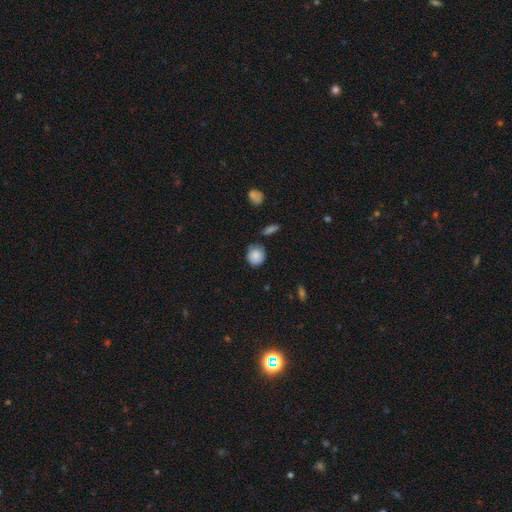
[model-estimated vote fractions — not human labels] smooth-or-featured: smooth: 85% | star or artifact: 8% | featured or disk: 7%
  how-rounded: round: 83% | in between: 16% | cigar-shaped: 1%
  merging: none: 70% | minor disturbance: 22% | major disturbance: 4% | merger: 4%